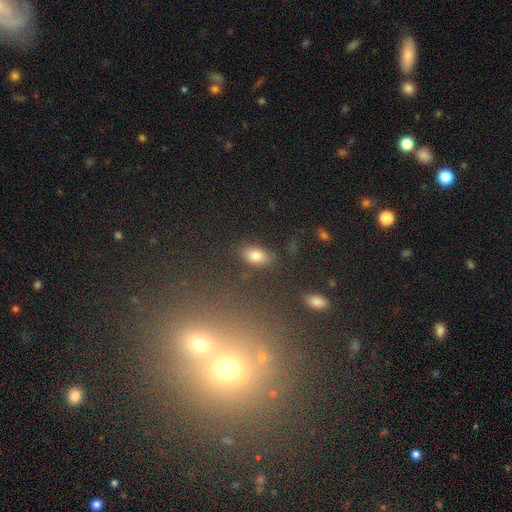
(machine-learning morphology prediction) A smooth galaxy with no disk features (81%) that is in between round and cigar-shaped (89%). Merging: none (82%).